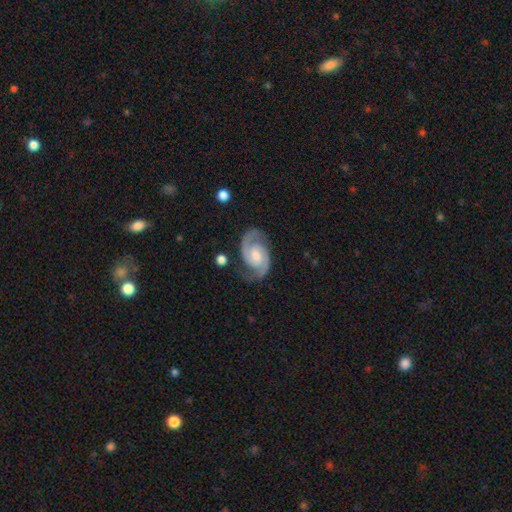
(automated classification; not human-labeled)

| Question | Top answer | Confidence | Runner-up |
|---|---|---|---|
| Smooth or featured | featured or disk | 91% | smooth (5%) |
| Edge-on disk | no | 98% | yes (2%) |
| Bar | weak | 47% | no (43%) |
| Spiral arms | yes | 98% | no (2%) |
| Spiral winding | medium | 54% | tight (36%) |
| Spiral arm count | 2 | 94% | can't tell (2%) |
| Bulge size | moderate | 51% | small (26%) |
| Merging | none | 80% | minor disturbance (14%) |